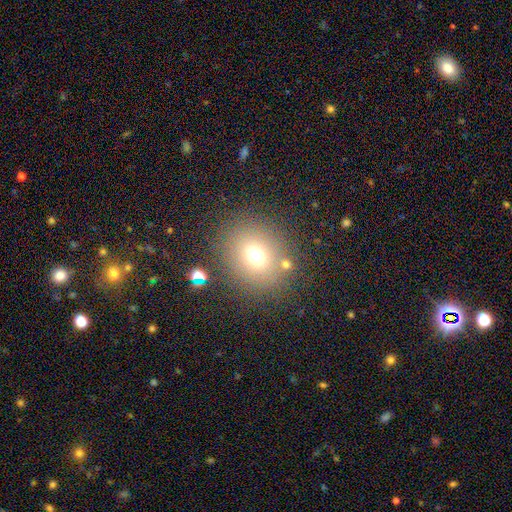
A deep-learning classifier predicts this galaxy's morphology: A smooth galaxy with no disk features (70%) that is round (75%). Merging: none (77%).